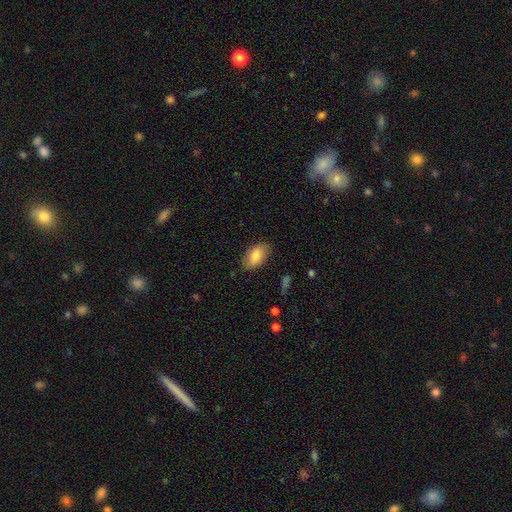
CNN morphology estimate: This appears to be a smooth galaxy with no disk features (82%) that is in between round and cigar-shaped (93%). Merging: none (82%).